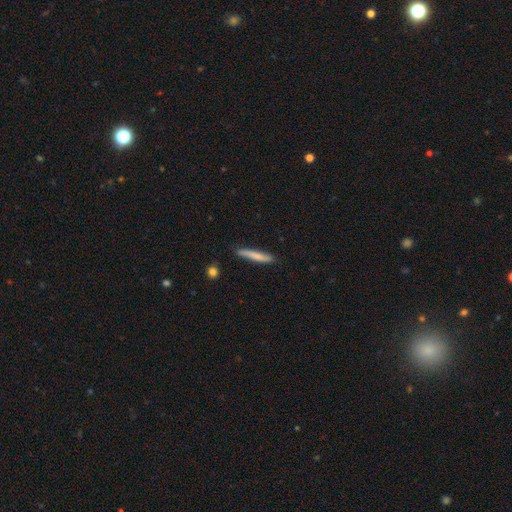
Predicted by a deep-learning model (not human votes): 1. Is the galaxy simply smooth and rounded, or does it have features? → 73% smooth, 22% featured or disk, 6% star or artifact.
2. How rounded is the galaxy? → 93% cigar-shaped, 5% in between, 1% round.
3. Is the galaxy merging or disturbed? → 82% none, 14% minor disturbance, 2% major disturbance, 2% merger.